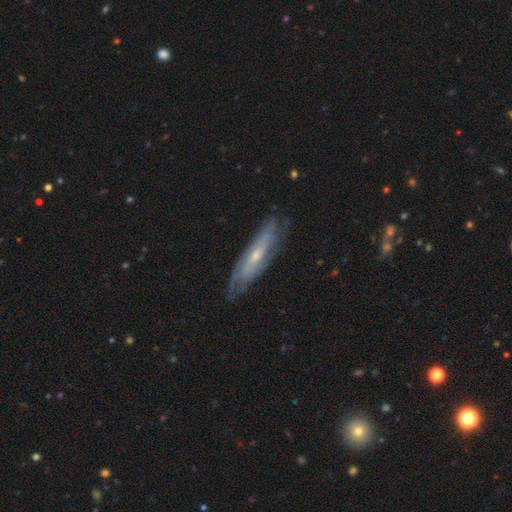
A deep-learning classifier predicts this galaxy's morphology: smooth_or_featured: featured or disk (p=0.68) [alt: smooth p=0.26]
disk_edge_on: no (p=0.58) [alt: yes p=0.42]
merging: none (p=0.76) [alt: minor disturbance p=0.18]